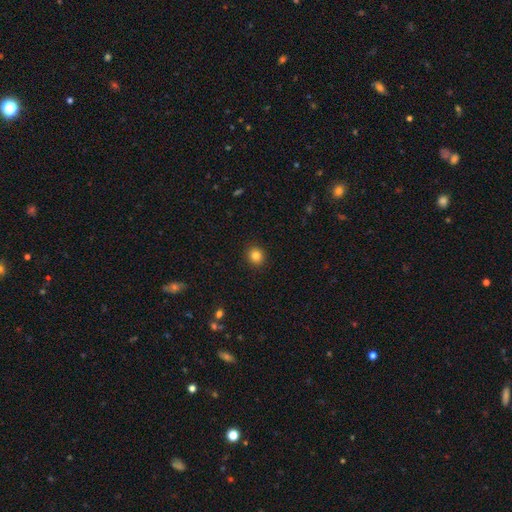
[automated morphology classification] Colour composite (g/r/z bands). It shows a smooth galaxy with no disk features (84%) that is round (84%). Merging: none (92%).